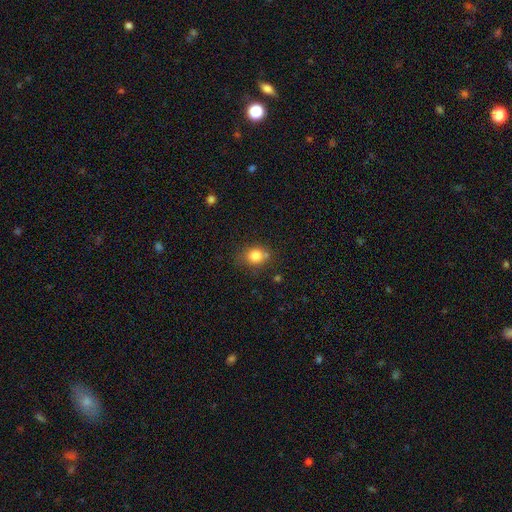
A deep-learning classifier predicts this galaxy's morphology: smooth-or-featured: smooth: 81% | star or artifact: 11% | featured or disk: 8%
  how-rounded: round: 68% | in between: 31% | cigar-shaped: 1%
  merging: none: 67% | minor disturbance: 18% | merger: 10% | major disturbance: 5%